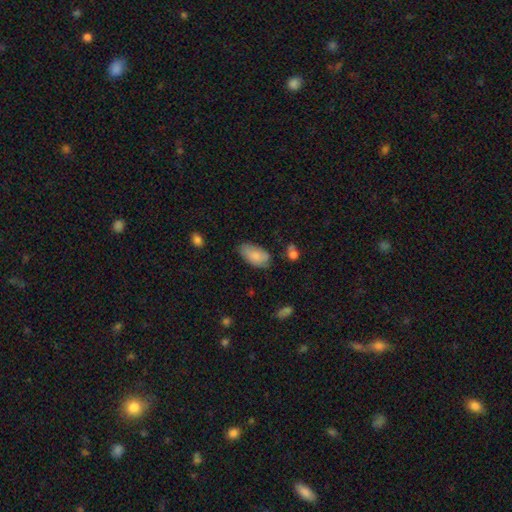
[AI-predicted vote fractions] A smooth galaxy with no disk features (82%) that is in between round and cigar-shaped (94%).

Vote fractions:
- Smooth or featured? smooth: 82% / featured or disk: 12% / star or artifact: 6%
- How rounded? in between: 94% / round: 3% / cigar-shaped: 3%
- Merging? none: 67% / minor disturbance: 26% / major disturbance: 5% / merger: 2%